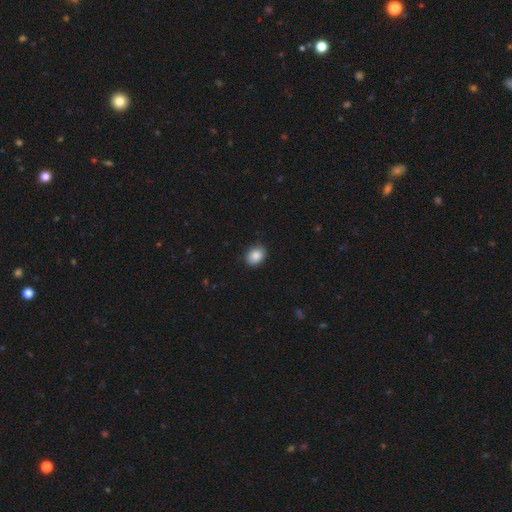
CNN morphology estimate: Q: Smooth or featured?
A: smooth (88%); runner-up: star or artifact (8%)
Q: How rounded?
A: in between (68%); runner-up: round (31%)
Q: Merging?
A: none (87%); runner-up: minor disturbance (10%)